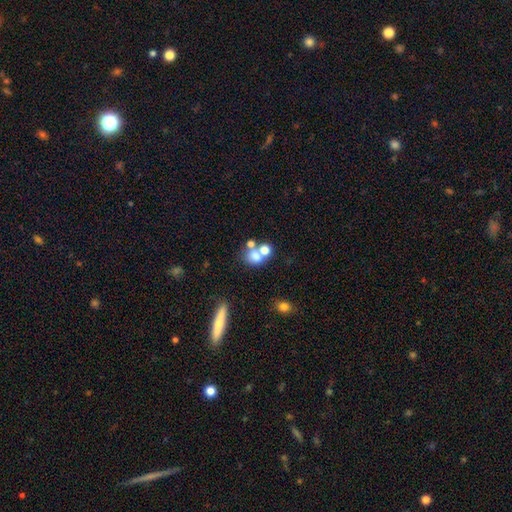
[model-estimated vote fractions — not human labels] smooth_or_featured: smooth (p=0.69) [alt: featured or disk p=0.17]
how_rounded: round (p=0.61) [alt: in between p=0.37]
merging: merger (p=0.49) [alt: none p=0.36]